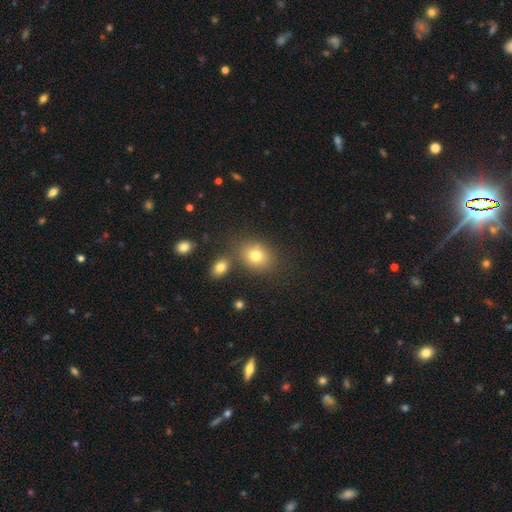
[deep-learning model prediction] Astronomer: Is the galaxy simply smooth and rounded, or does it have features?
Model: smooth — 78%.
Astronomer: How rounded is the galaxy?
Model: in between — 51% (runner-up: round, 48%).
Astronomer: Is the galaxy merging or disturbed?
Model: none — 71%.